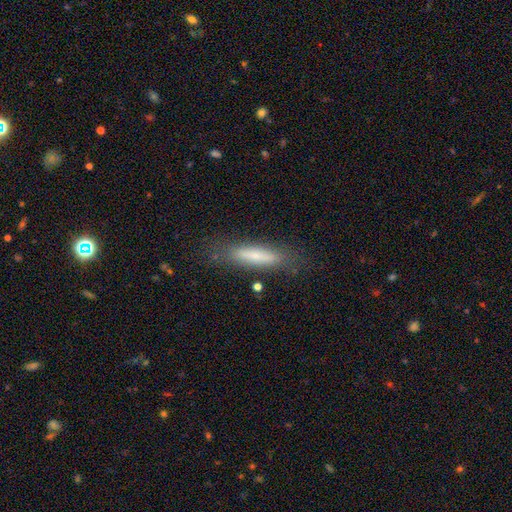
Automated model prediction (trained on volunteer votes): Smooth or featured? Predicted: smooth (p=0.69). How rounded? Predicted: cigar-shaped (p=0.79). Merging? Predicted: none (p=0.80).